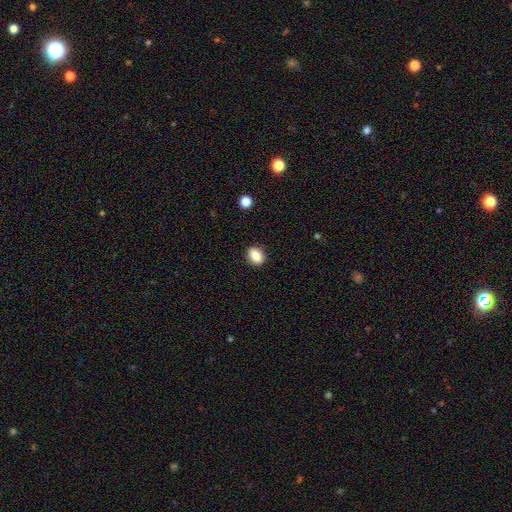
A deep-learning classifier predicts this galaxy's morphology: Smooth or featured: smooth — 83% (star or artifact — 9%)
How rounded: in between — 59% (round — 39%)
Merging: none — 89% (minor disturbance — 7%)